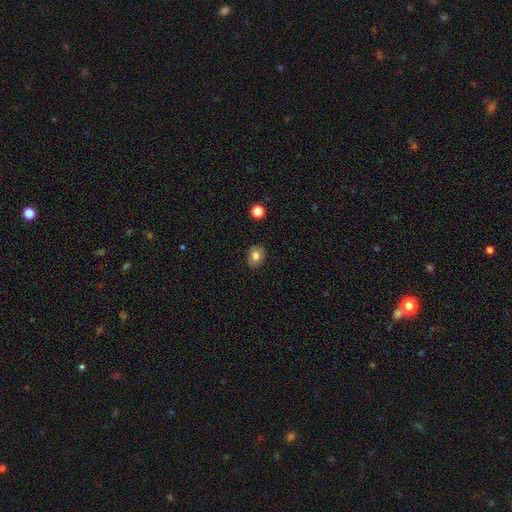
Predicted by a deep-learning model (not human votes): A smooth galaxy with no disk features (73%) that is in between round and cigar-shaped (54%). Merging: none (82%).